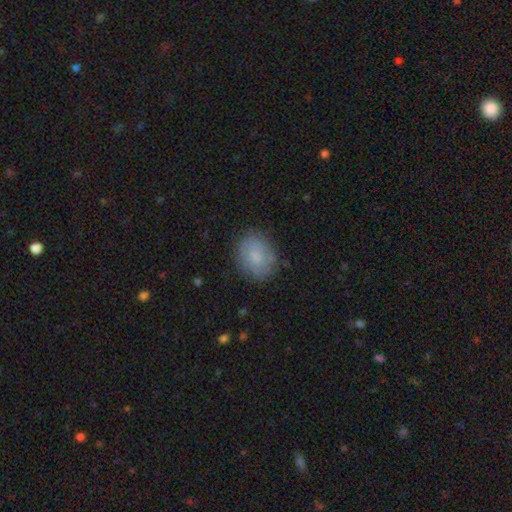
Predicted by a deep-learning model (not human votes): smooth-or-featured: smooth: 74% | featured or disk: 19% | star or artifact: 8%
  how-rounded: round: 50% | in between: 49% | cigar-shaped: 1%
  merging: none: 78% | minor disturbance: 16% | major disturbance: 5% | merger: 1%